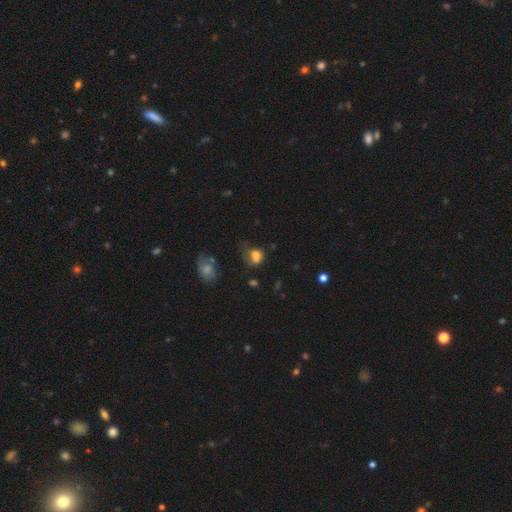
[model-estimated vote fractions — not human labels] smooth-or-featured: smooth: 70% | star or artifact: 16% | featured or disk: 15%
  how-rounded: in between: 53% | round: 45% | cigar-shaped: 2%
  merging: none: 31% | merger: 29% | minor disturbance: 21% | major disturbance: 19%